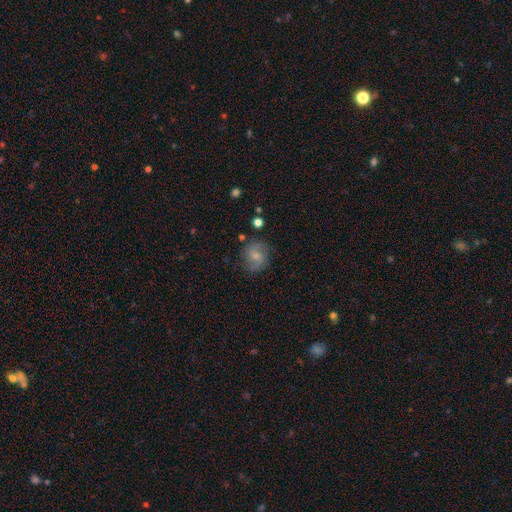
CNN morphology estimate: This appears to be a smooth galaxy with no disk features (47%). Merging: none (77%).